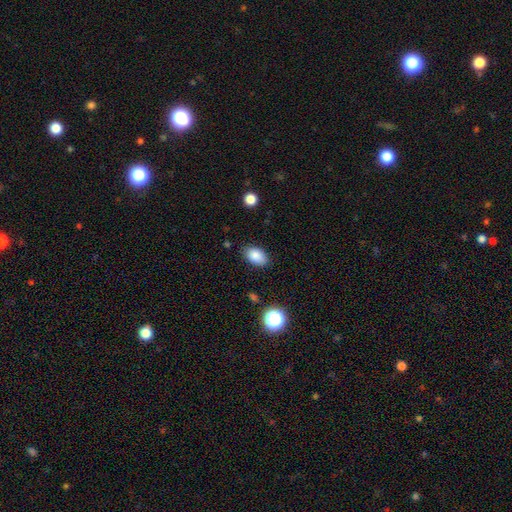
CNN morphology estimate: This appears to be a smooth galaxy with no disk features (85%) that is in between round and cigar-shaped (91%). Merging: none (83%).